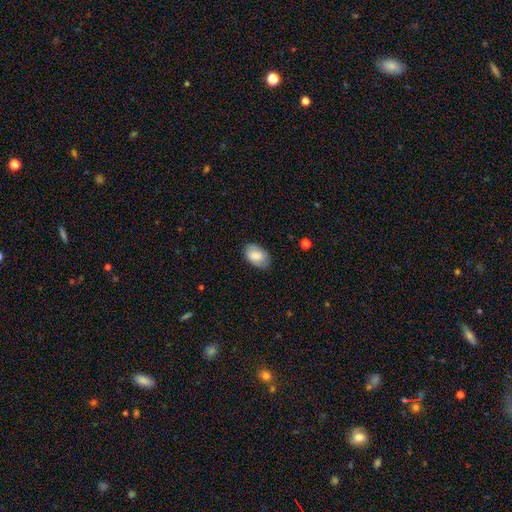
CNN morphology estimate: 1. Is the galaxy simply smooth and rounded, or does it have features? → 83% smooth, 10% featured or disk, 6% star or artifact.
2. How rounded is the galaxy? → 90% in between, 8% round, 1% cigar-shaped.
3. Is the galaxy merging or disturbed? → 78% none, 17% minor disturbance, 4% major disturbance, 1% merger.